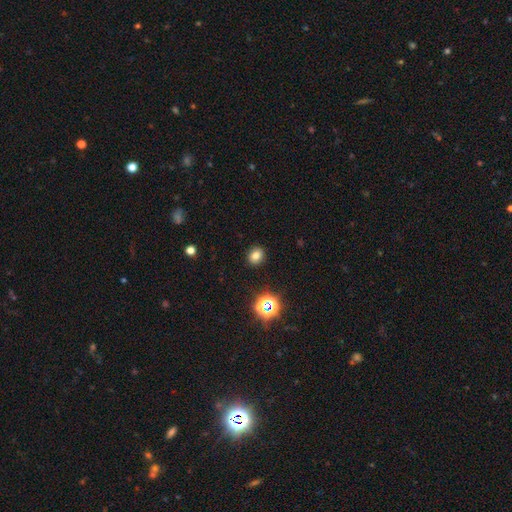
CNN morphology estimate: A smooth galaxy with no disk features (77%) that is round (64%). Merging: none (90%).